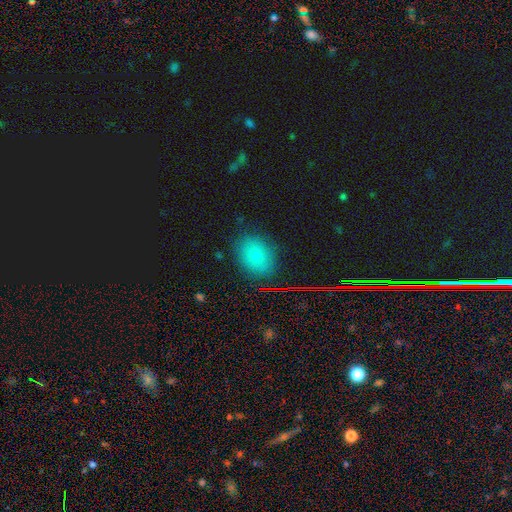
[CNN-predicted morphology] Smooth or featured?
  - smooth: 75% *
  - star or artifact: 14%
  - featured or disk: 11%
How rounded?
  - in between: 60% *
  - round: 38%
  - cigar-shaped: 1%
Merging?
  - none: 82% *
  - minor disturbance: 12%
  - major disturbance: 4%
  - merger: 2%